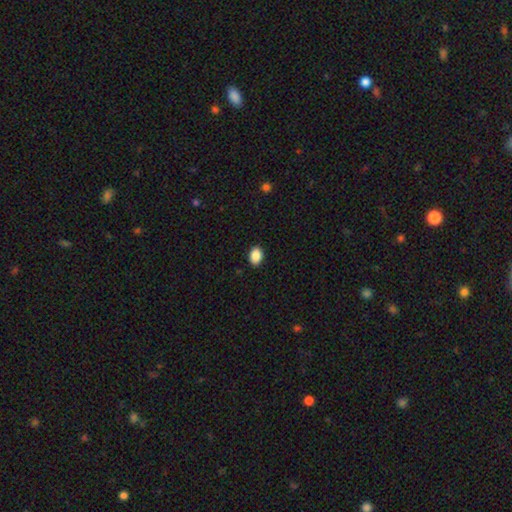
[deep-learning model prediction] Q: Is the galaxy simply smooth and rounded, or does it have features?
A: smooth — 89%.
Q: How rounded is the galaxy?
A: in between — 78%.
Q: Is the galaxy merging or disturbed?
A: none — 91%.